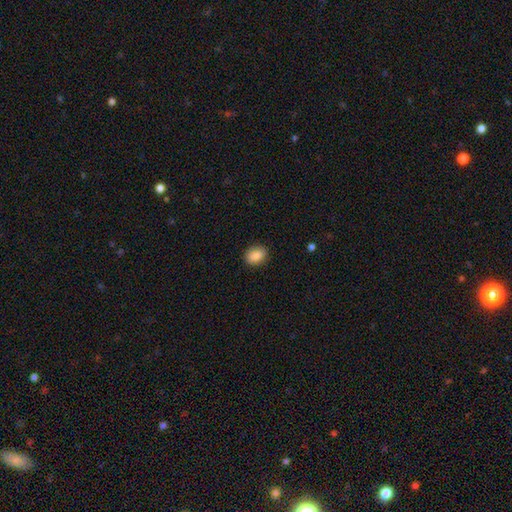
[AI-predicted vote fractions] Smooth or featured? smooth (88%)
How rounded? in between (70%)
Merging? none (88%)